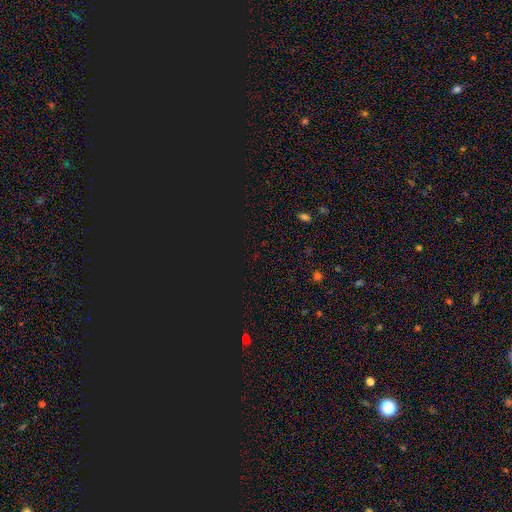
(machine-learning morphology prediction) This is likely a star or artifact rather than a galaxy (76%).